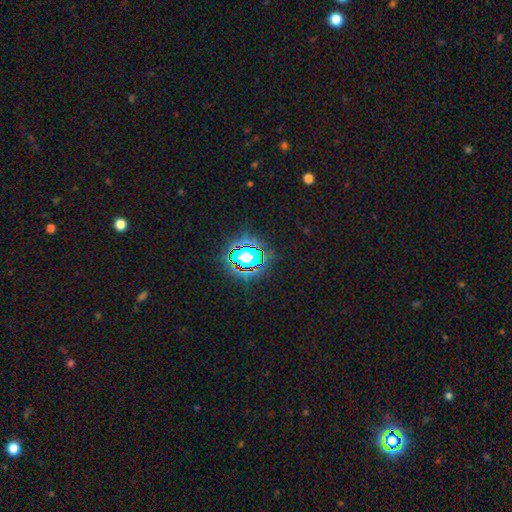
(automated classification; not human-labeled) star or artifact 78%, smooth 13%, featured or disk 8%.